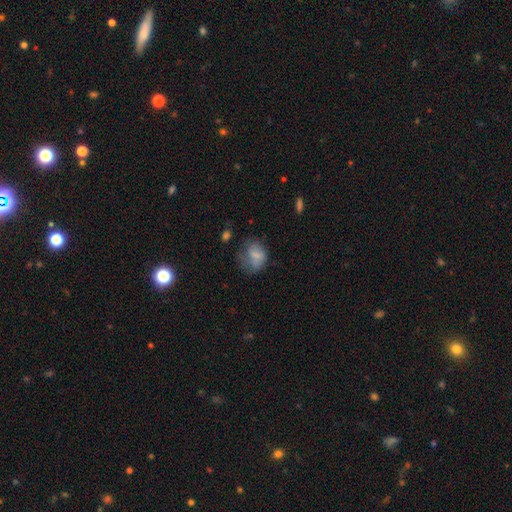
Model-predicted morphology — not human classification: A smooth galaxy with no disk features (68%) that is in between round and cigar-shaped (50%). Merging: none (38%).